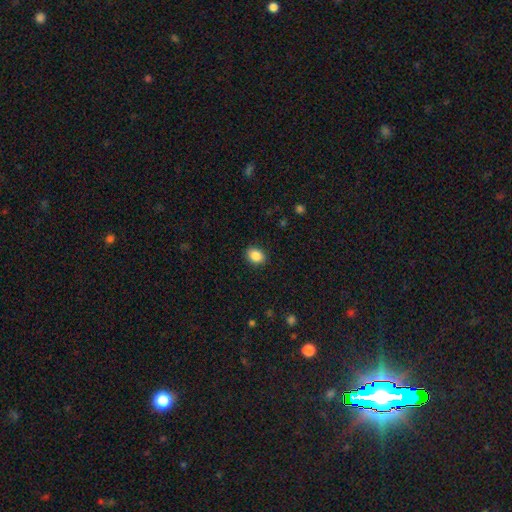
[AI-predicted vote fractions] A smooth galaxy with no disk features (88%) that is in between round and cigar-shaped (65%). Merging: none (89%).